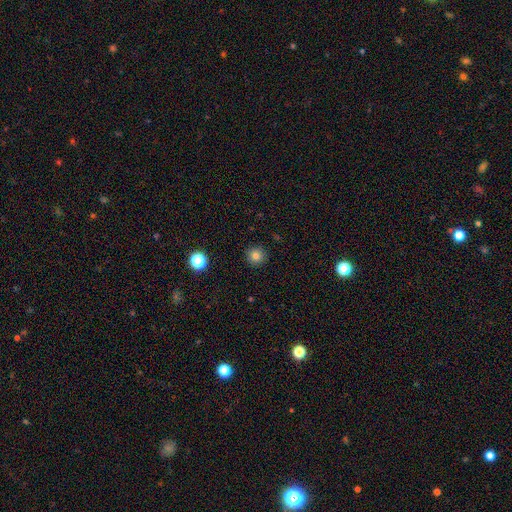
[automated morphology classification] This is clearly a smooth galaxy (81%). How rounded: clearly round (96%). Merging: clearly none (92%).